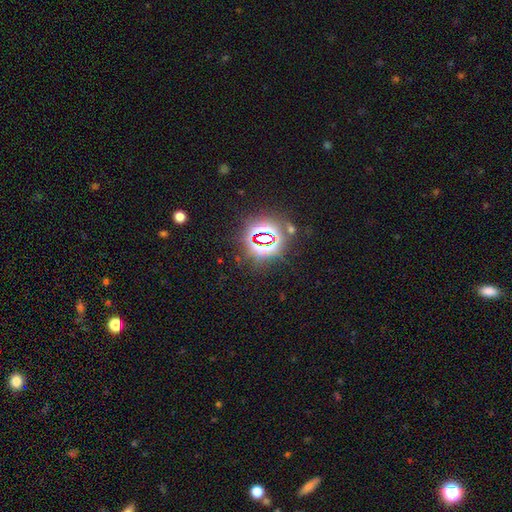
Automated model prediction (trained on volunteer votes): star or artifact 80%, smooth 12%, featured or disk 8%.